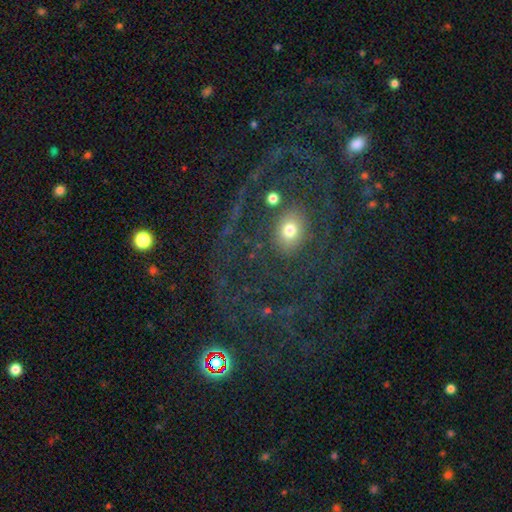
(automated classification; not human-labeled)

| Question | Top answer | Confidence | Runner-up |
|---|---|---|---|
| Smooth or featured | featured or disk | 71% | smooth (15%) |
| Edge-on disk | no | 96% | yes (4%) |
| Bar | no | 79% | weak (15%) |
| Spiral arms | yes | 64% | no (36%) |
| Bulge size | moderate | 48% | small (42%) |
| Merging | none | 65% | major disturbance (18%) |